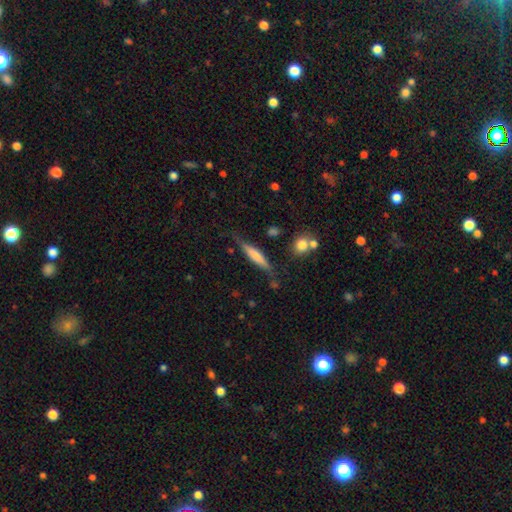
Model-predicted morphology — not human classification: The model was most divided on "smooth or featured": smooth: 59%, featured or disk: 35%, star or artifact: 6%. More confident: how rounded — cigar-shaped (84%); merging — none (70%).